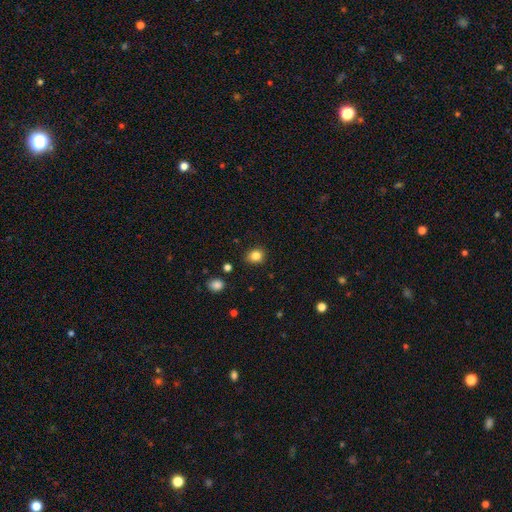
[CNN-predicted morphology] Overall: smooth (83%). How rounded: round (65%; in between 34%). Merging: none (86%).